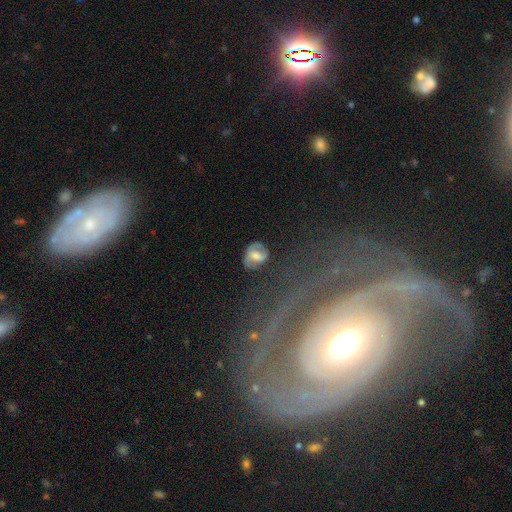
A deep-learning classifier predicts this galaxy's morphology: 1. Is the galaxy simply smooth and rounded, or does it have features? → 49% featured or disk, 42% smooth, 9% star or artifact.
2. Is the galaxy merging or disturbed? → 67% none, 21% minor disturbance, 9% major disturbance, 3% merger.